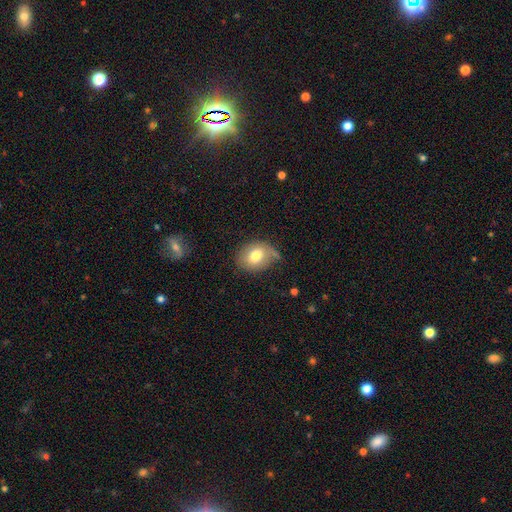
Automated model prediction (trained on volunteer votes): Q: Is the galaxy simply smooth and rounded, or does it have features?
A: smooth — 76%.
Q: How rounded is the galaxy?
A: in between — 58%.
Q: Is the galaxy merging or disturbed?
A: none — 56%.